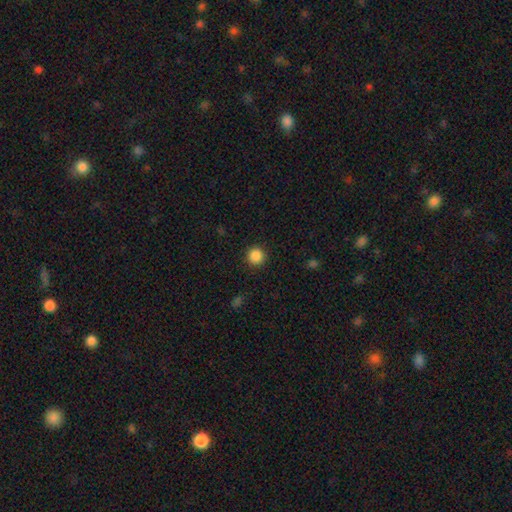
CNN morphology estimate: Smooth or featured? smooth (87%)
How rounded? round (95%)
Merging? none (92%)